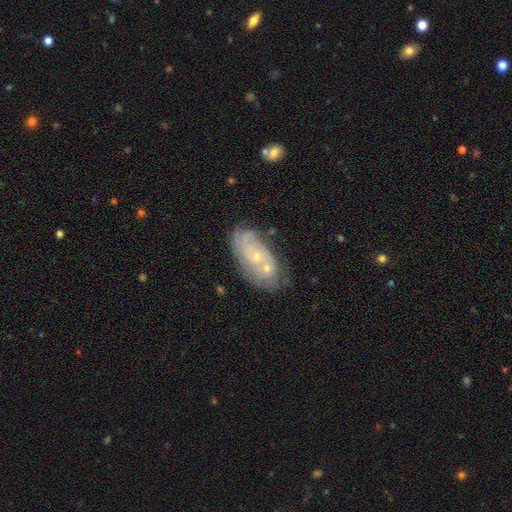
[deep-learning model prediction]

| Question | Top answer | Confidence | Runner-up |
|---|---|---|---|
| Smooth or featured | featured or disk | 68% | smooth (24%) |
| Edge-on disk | no | 94% | yes (6%) |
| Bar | no | 82% | weak (15%) |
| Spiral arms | yes | 73% | no (27%) |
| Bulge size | small | 77% | moderate (19%) |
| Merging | none | 52% | merger (22%) |